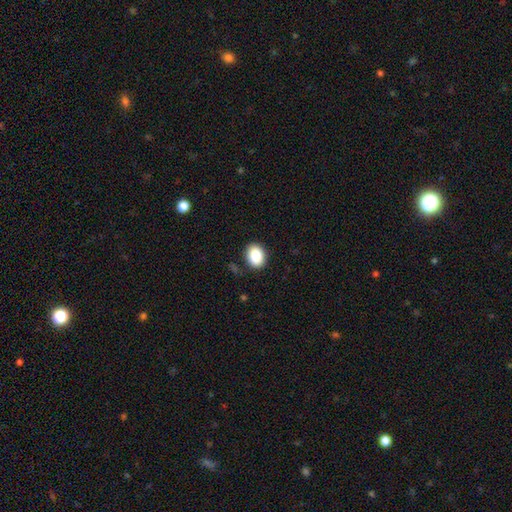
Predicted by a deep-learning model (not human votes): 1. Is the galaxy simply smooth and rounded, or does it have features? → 88% smooth, 8% star or artifact, 4% featured or disk.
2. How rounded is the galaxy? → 70% in between, 29% round, 1% cigar-shaped.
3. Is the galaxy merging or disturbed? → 87% none, 10% minor disturbance, 2% major disturbance, 1% merger.